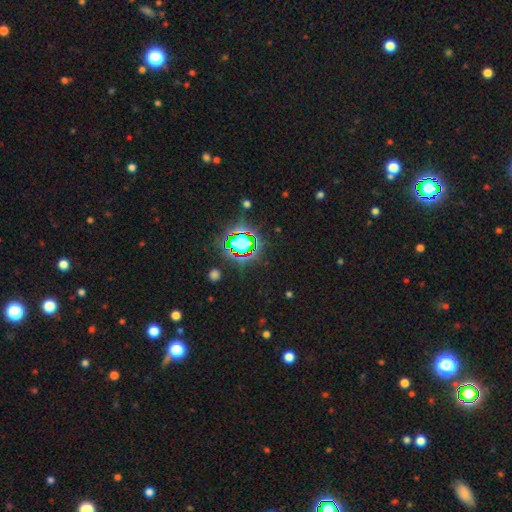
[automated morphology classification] Smooth or featured?
  - star or artifact: 78% *
  - smooth: 13%
  - featured or disk: 8%